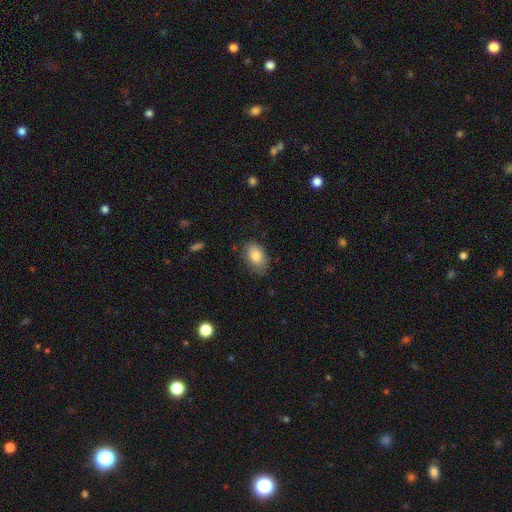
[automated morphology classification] Q: Smooth or featured?
A: smooth (80%); runner-up: featured or disk (12%)
Q: How rounded?
A: in between (89%); runner-up: round (9%)
Q: Merging?
A: none (76%); runner-up: minor disturbance (19%)